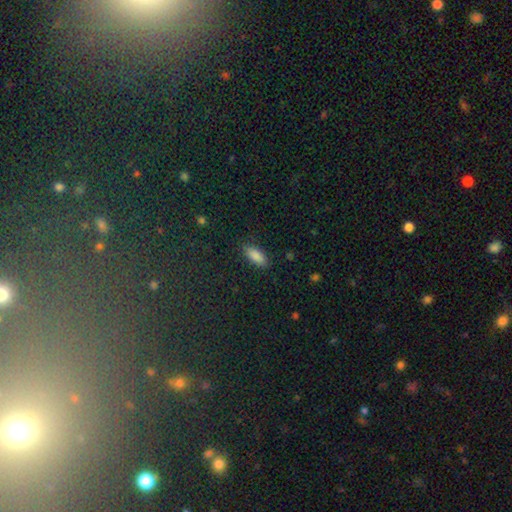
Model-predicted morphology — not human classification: Overall: smooth (87%). How rounded: in between (78%). Merging: none (86%).